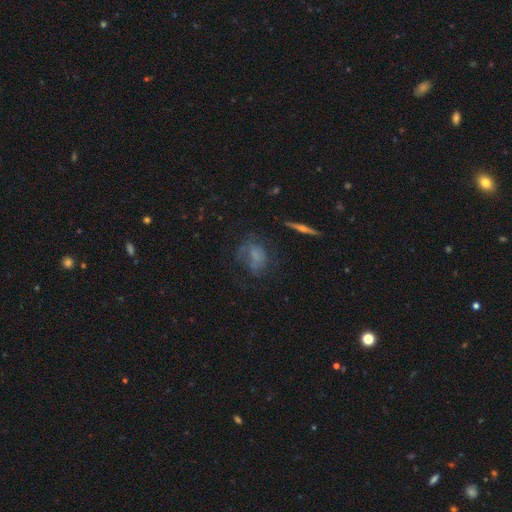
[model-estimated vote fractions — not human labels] A featured or disk galaxy (44%). Merging: none (47%).